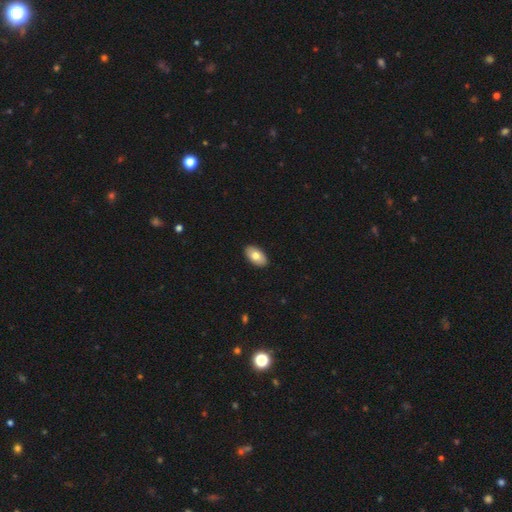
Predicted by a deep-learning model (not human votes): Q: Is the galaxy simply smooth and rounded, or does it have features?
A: smooth — 77%.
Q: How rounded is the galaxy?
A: in between — 95%.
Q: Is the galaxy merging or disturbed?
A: none — 91%.